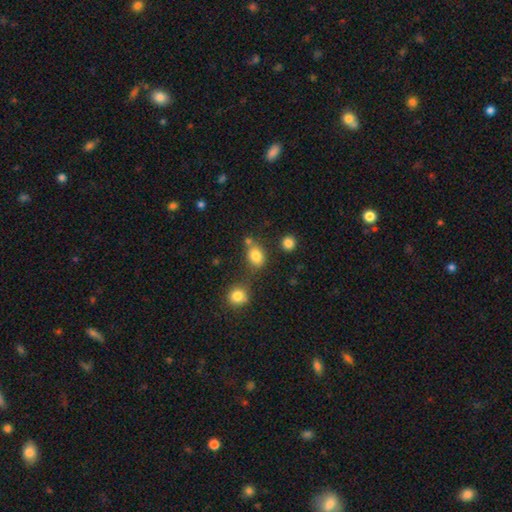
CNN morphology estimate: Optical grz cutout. It shows a smooth galaxy with no disk features (81%) that is in between round and cigar-shaped (51%). Merging: none (62%).